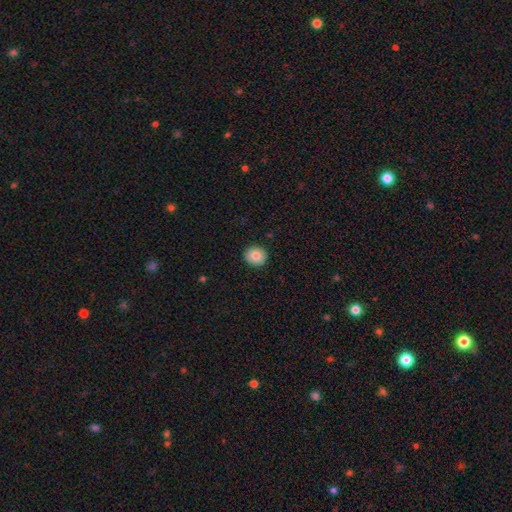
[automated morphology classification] Smooth or featured: smooth — 83% (featured or disk — 9%)
How rounded: round — 87% (in between — 12%)
Merging: none — 91% (minor disturbance — 7%)